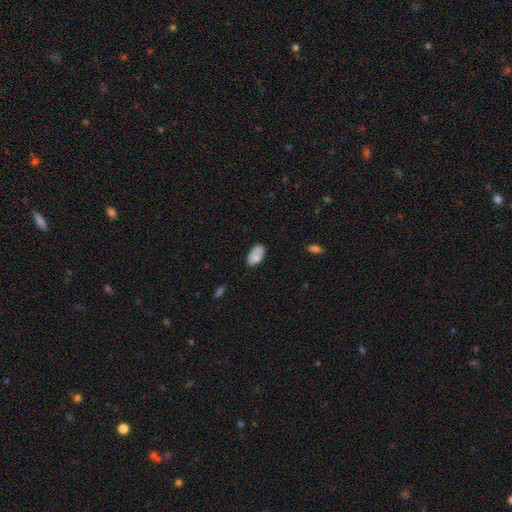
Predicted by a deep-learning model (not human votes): Smooth or featured: smooth — 72% (featured or disk — 20%)
How rounded: in between — 93% (round — 5%)
Merging: none — 57% (minor disturbance — 24%)